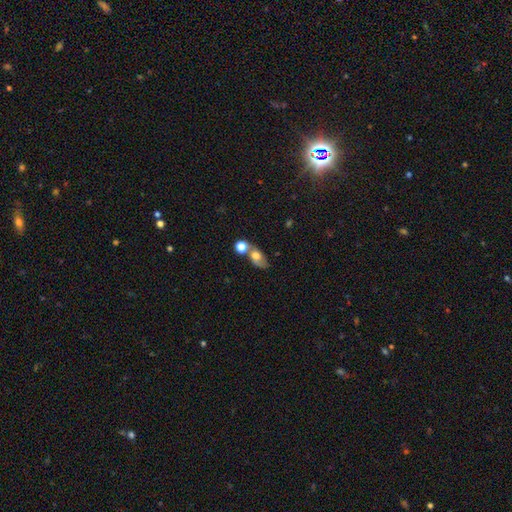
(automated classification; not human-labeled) A smooth galaxy with no disk features (62%) that is in between round and cigar-shaped (73%). Merging: none (42%).